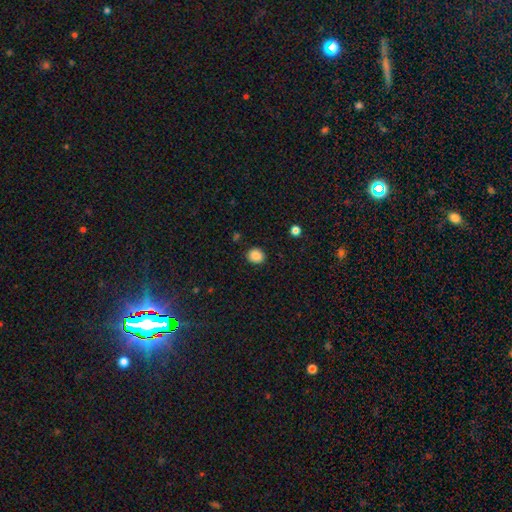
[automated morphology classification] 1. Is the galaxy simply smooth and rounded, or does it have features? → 87% smooth, 10% star or artifact, 3% featured or disk.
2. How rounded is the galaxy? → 73% round, 27% in between, 1% cigar-shaped.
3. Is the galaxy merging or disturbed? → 89% none, 8% minor disturbance, 2% major disturbance, 1% merger.